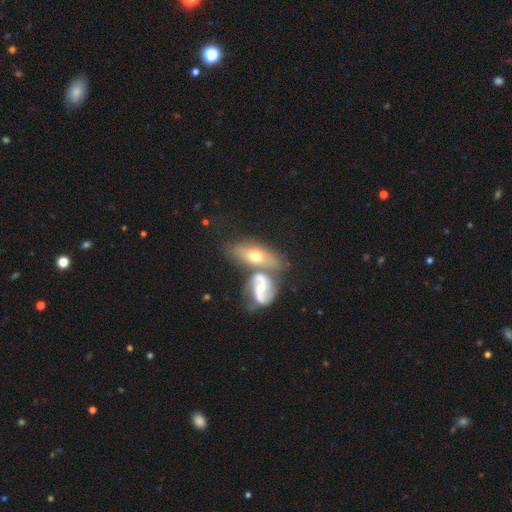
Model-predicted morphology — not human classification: This is possibly a featured or disk galaxy (57%). It is likely not viewed edge-on (74%). Merging: possibly merger (49%).